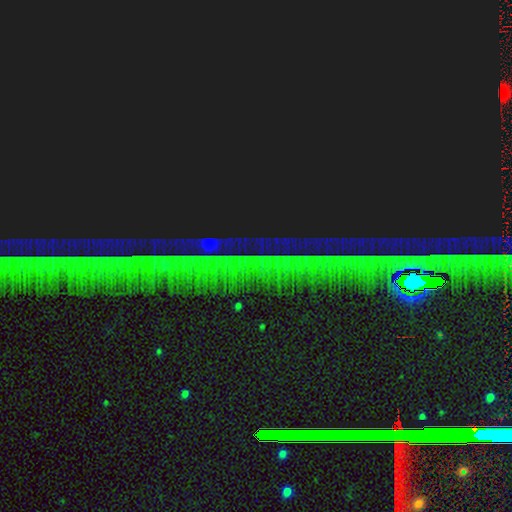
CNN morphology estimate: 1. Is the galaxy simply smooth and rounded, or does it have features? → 88% star or artifact, 7% featured or disk, 5% smooth.